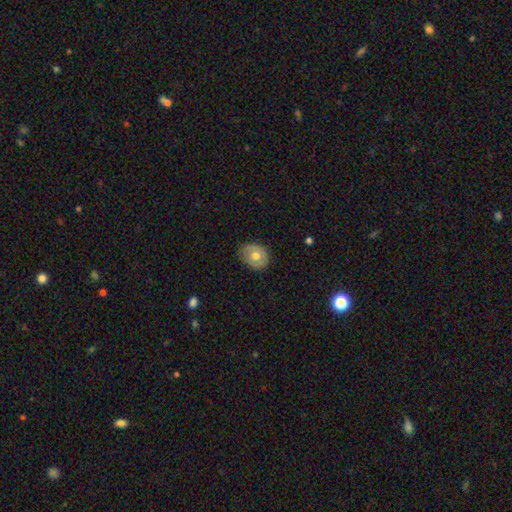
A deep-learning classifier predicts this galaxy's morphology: Smooth or featured: smooth — 60% (featured or disk — 33%)
How rounded: round — 55% (in between — 44%)
Merging: none — 75% (minor disturbance — 20%)